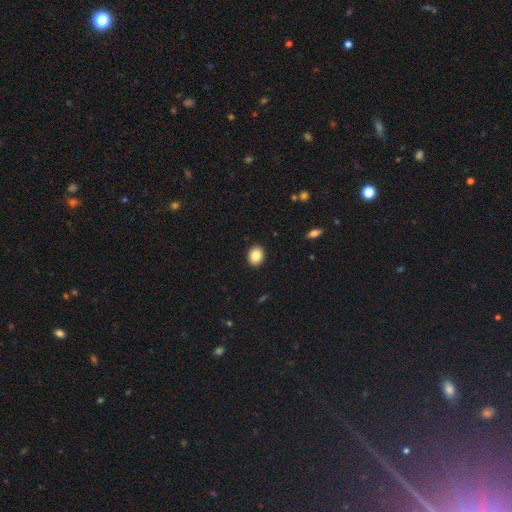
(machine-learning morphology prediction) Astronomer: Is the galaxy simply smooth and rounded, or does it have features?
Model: smooth — 84%.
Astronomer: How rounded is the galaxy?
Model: round — 66%.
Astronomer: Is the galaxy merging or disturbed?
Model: none — 92%.